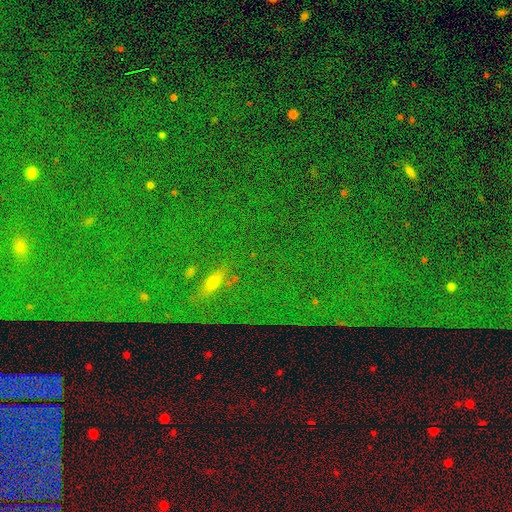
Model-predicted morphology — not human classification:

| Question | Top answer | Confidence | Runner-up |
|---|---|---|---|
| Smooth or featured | star or artifact | 83% | smooth (9%) |